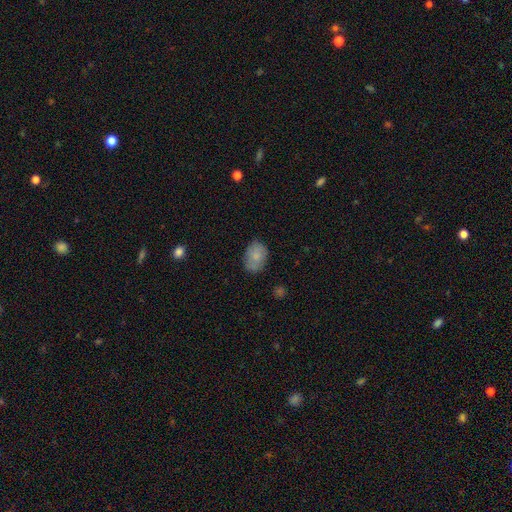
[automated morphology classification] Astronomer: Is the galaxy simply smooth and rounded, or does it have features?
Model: smooth — 79%.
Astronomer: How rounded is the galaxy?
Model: in between — 80%.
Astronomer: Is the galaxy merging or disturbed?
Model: none — 73%.